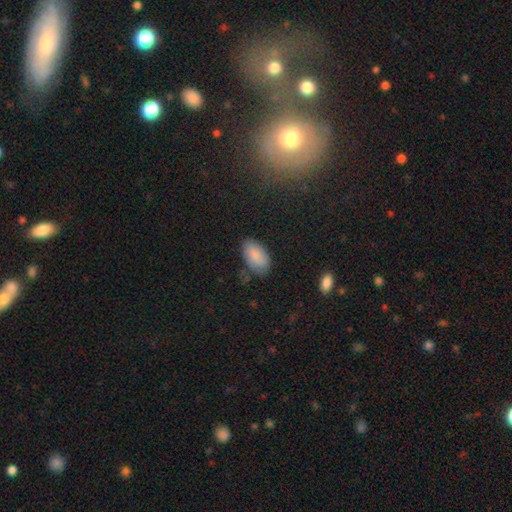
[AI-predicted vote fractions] Overall: smooth (86%). How rounded: in between (94%). Merging: none (72%).